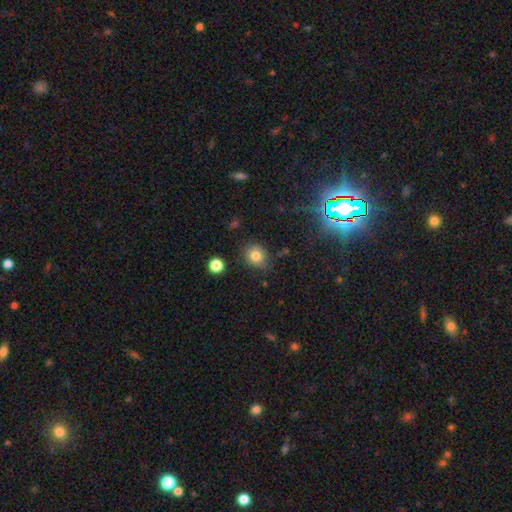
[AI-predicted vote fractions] This is likely a smooth galaxy (80%). How rounded: likely round (75%). Merging: clearly none (82%).